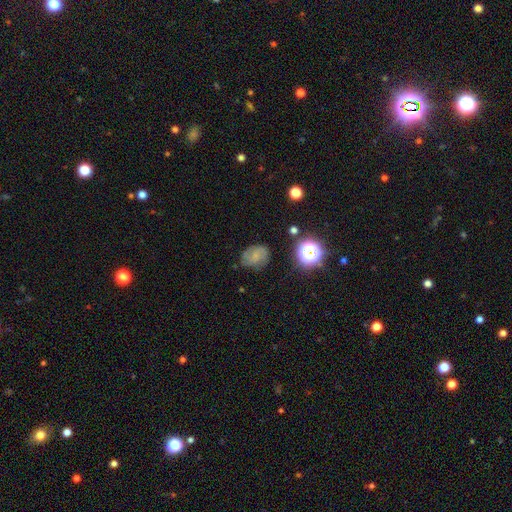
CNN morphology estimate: Overall: smooth (44%; featured or disk 42%). Merging: none (69%).